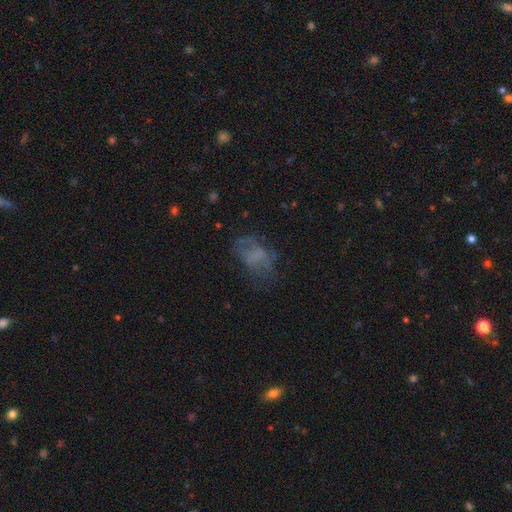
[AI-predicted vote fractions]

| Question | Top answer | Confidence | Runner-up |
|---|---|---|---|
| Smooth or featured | smooth | 45% | featured or disk (37%) |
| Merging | none | 45% | major disturbance (30%) |